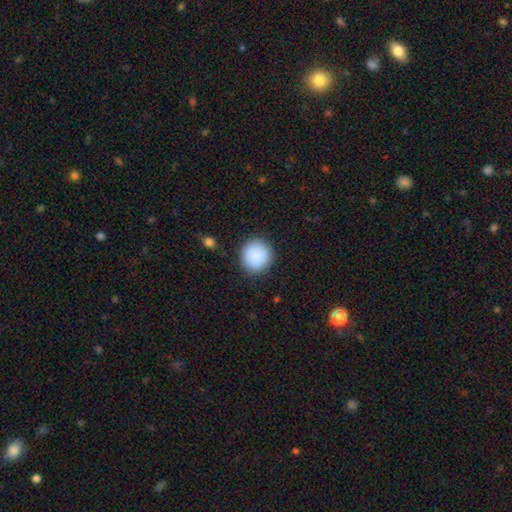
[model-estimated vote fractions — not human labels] Smooth or featured: smooth — 89% (star or artifact — 7%)
How rounded: round — 88% (in between — 11%)
Merging: none — 88% (minor disturbance — 8%)